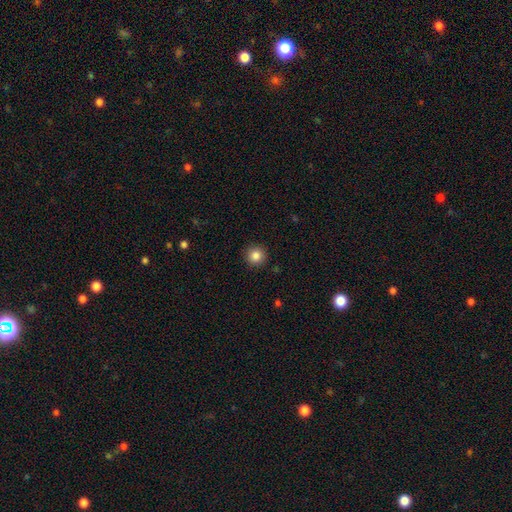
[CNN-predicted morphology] A smooth galaxy with no disk features (85%) that is round (95%). Merging: none (92%).